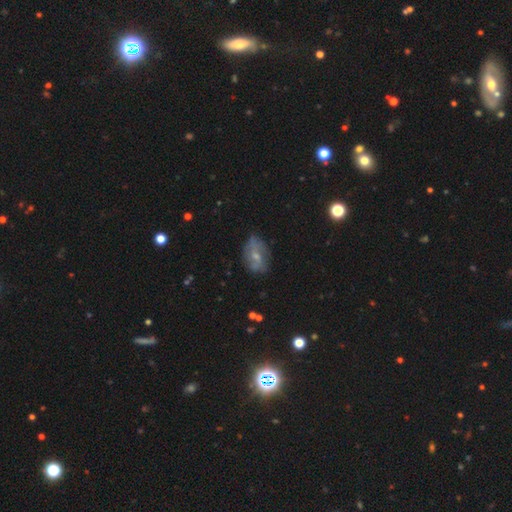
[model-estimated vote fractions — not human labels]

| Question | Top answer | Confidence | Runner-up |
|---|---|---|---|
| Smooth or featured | featured or disk | 51% | smooth (38%) |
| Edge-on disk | no | 94% | yes (6%) |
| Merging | none | 64% | minor disturbance (24%) |